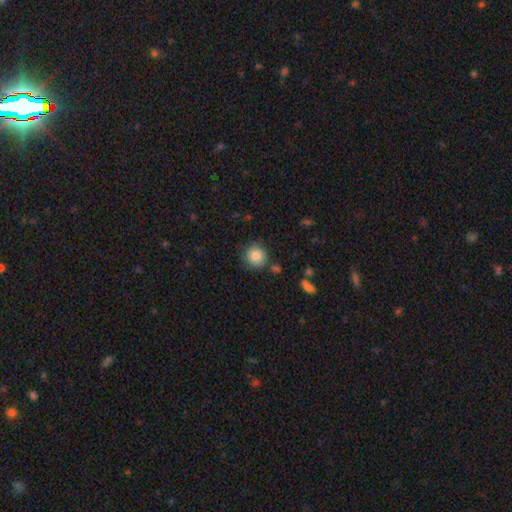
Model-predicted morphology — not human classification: smooth-or-featured: smooth: 86% | star or artifact: 9% | featured or disk: 5%
  how-rounded: round: 92% | in between: 7% | cigar-shaped: 1%
  merging: none: 83% | minor disturbance: 10% | merger: 4% | major disturbance: 3%